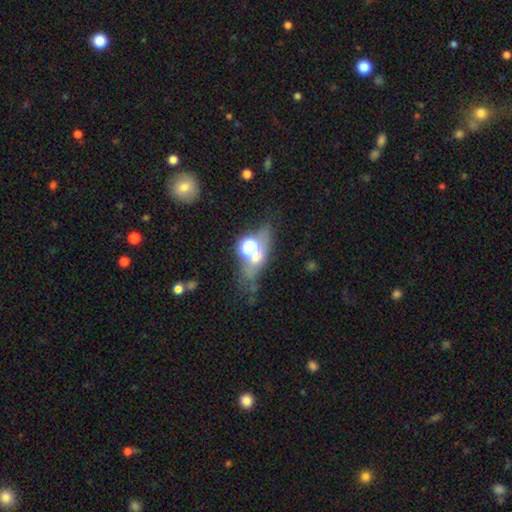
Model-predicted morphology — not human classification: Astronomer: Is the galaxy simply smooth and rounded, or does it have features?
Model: smooth — 41% (runner-up: star or artifact, 34%).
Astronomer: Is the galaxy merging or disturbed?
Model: none — 44% (runner-up: merger, 22%).